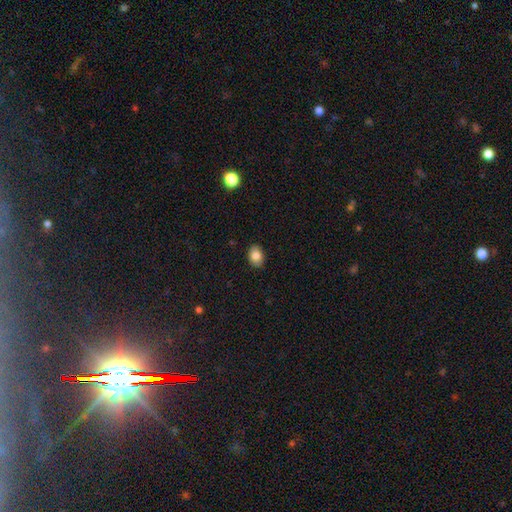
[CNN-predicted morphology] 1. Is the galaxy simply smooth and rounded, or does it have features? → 84% smooth, 9% star or artifact, 7% featured or disk.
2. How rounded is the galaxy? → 76% in between, 23% round, 1% cigar-shaped.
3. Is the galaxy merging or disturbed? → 88% none, 9% minor disturbance, 2% major disturbance, 1% merger.